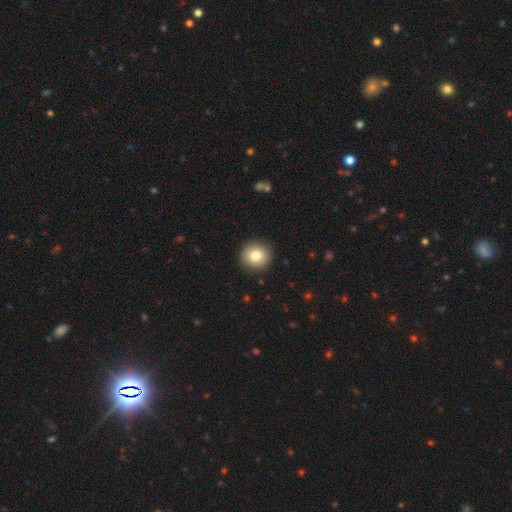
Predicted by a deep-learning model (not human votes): A smooth galaxy with no disk features (82%) that is round (92%).

Vote fractions:
- Smooth or featured? smooth: 82% / featured or disk: 9% / star or artifact: 9%
- How rounded? round: 92% / in between: 8% / cigar-shaped: 1%
- Merging? none: 91% / minor disturbance: 6% / major disturbance: 2% / merger: 1%